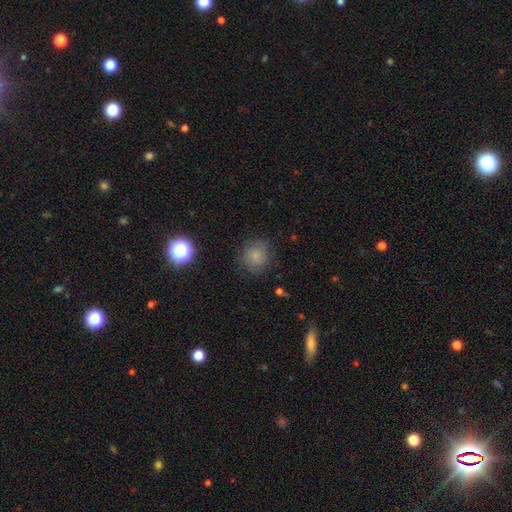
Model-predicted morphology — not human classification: Overall: smooth (78%). How rounded: round (85%). Merging: none (76%).